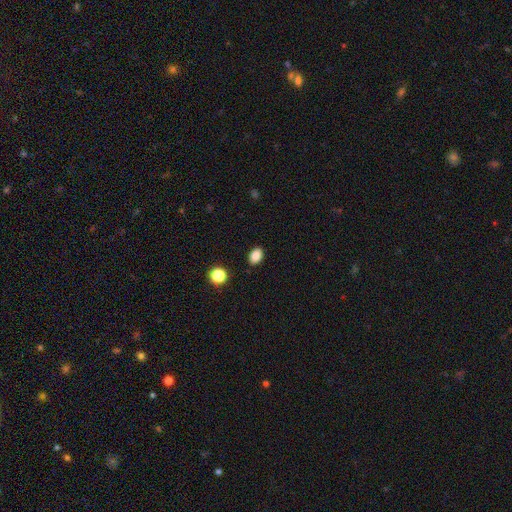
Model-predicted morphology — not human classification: Overall: smooth (86%). How rounded: in between (81%). Merging: none (89%).